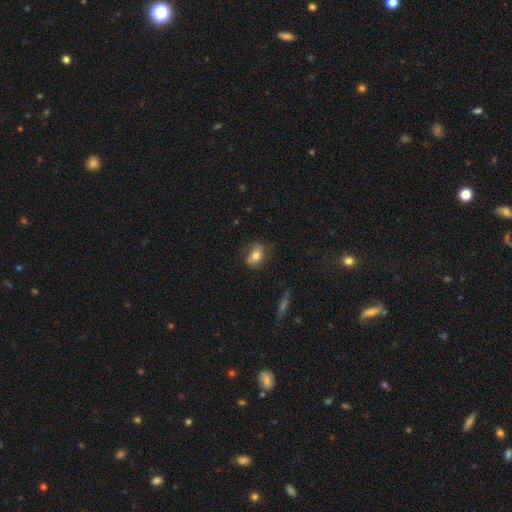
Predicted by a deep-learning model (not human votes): Smooth or featured: smooth — 67% (featured or disk — 24%)
How rounded: in between — 78% (round — 19%)
Merging: none — 64% (minor disturbance — 24%)